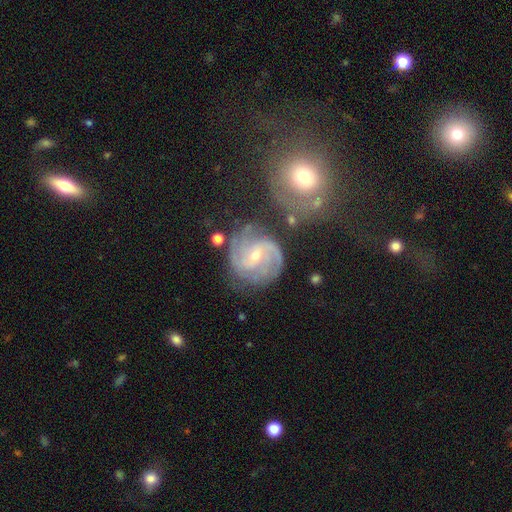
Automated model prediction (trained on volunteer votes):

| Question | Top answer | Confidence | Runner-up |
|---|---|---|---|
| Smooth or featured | featured or disk | 86% | star or artifact (7%) |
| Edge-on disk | no | 98% | yes (2%) |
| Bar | weak | 45% | no (39%) |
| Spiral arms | yes | 97% | no (3%) |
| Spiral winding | medium | 45% | tight (43%) |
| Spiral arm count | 2 | 36% | 3 (29%) |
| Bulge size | small | 66% | moderate (31%) |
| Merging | none | 69% | minor disturbance (17%) |